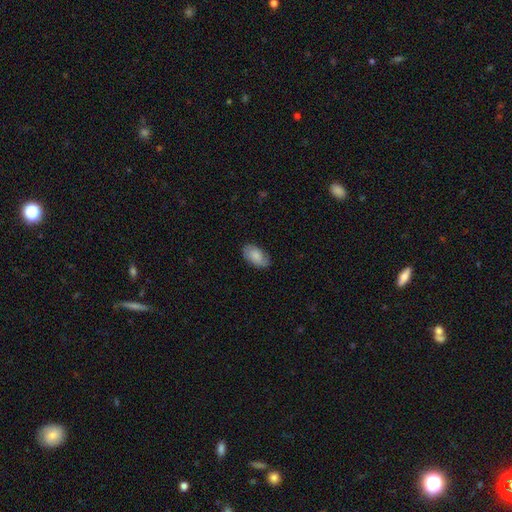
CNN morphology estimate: Q: Smooth or featured?
A: smooth (75%); runner-up: featured or disk (19%)
Q: How rounded?
A: in between (95%); runner-up: round (4%)
Q: Merging?
A: none (81%); runner-up: minor disturbance (15%)